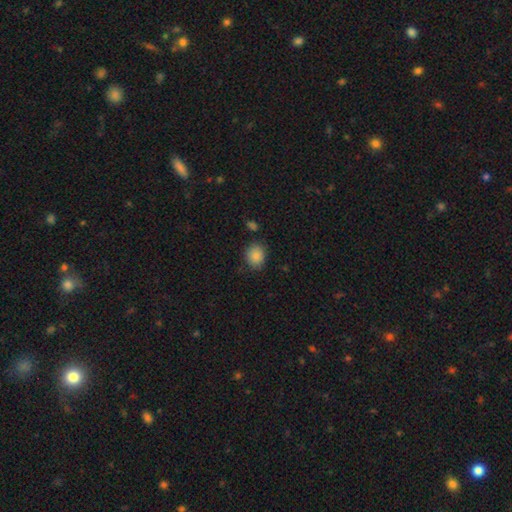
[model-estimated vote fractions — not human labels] Smooth or featured?
  - smooth: 86% *
  - star or artifact: 9%
  - featured or disk: 5%
How rounded?
  - round: 65% *
  - in between: 34%
  - cigar-shaped: 1%
Merging?
  - none: 79% *
  - minor disturbance: 14%
  - major disturbance: 4%
  - merger: 3%